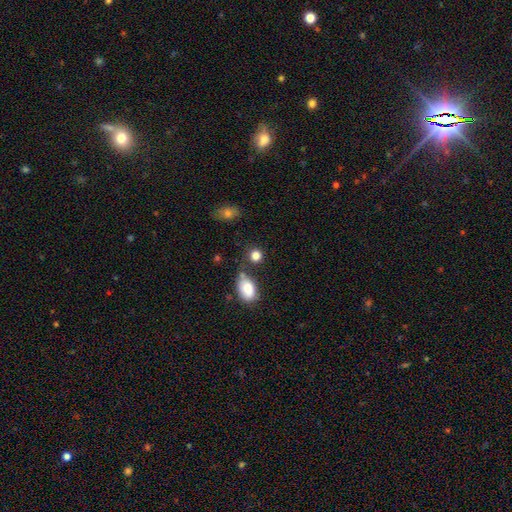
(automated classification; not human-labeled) Smooth or featured: smooth — 83% (star or artifact — 11%)
How rounded: round — 76% (in between — 22%)
Merging: none — 68% (minor disturbance — 14%)